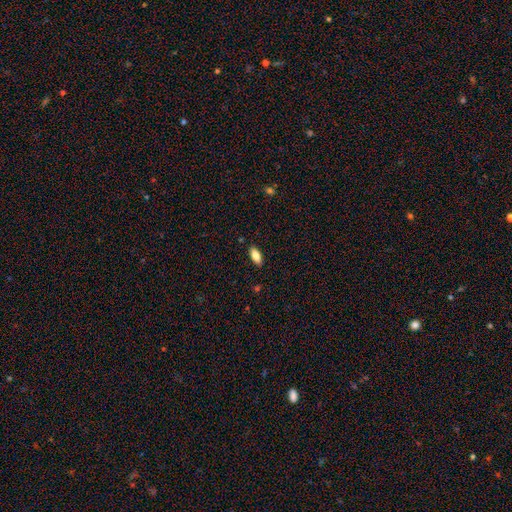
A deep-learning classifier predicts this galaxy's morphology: Smooth or featured?
  - smooth: 79% *
  - featured or disk: 14%
  - star or artifact: 7%
How rounded?
  - in between: 83% *
  - cigar-shaped: 14%
  - round: 2%
Merging?
  - none: 88% *
  - minor disturbance: 9%
  - major disturbance: 2%
  - merger: 1%